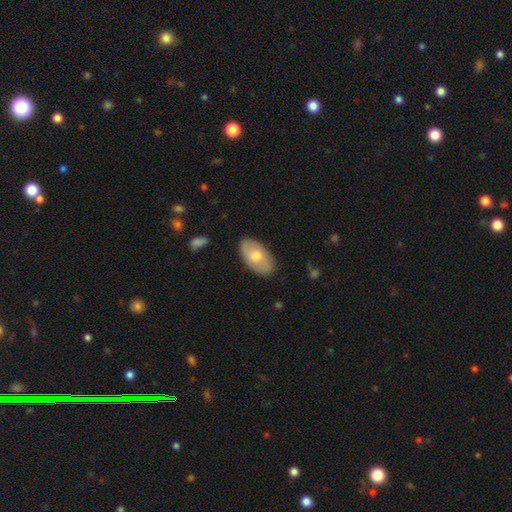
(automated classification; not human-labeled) smooth-or-featured: smooth: 59% | featured or disk: 35% | star or artifact: 5%
  how-rounded: in between: 94% | round: 5% | cigar-shaped: 2%
  merging: none: 83% | minor disturbance: 14% | major disturbance: 3% | merger: 1%